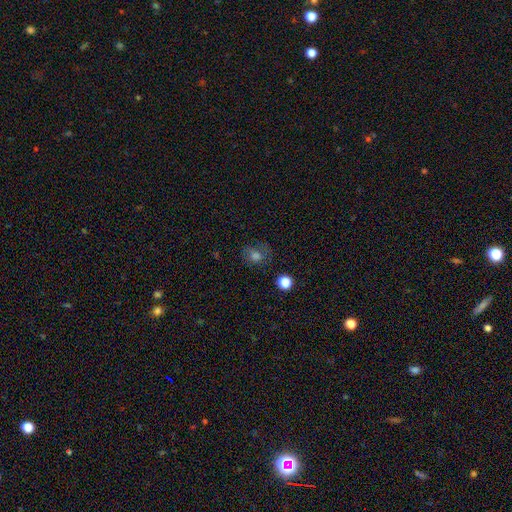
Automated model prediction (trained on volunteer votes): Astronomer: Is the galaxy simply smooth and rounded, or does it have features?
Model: smooth — 66%.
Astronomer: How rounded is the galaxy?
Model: round — 66%.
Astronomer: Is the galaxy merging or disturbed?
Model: none — 69%.